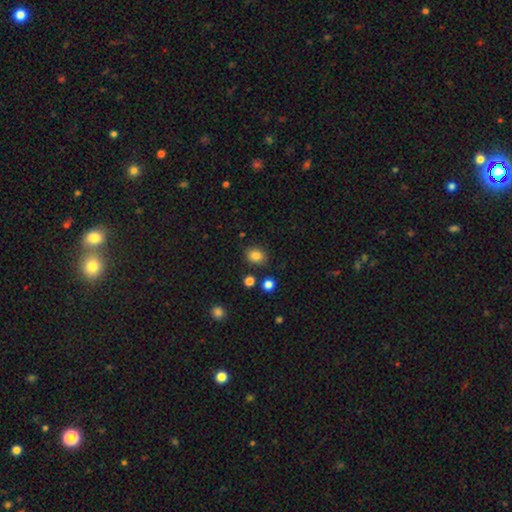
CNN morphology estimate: This is clearly a smooth galaxy (83%). How rounded: possibly round (52%). Merging: clearly none (82%).